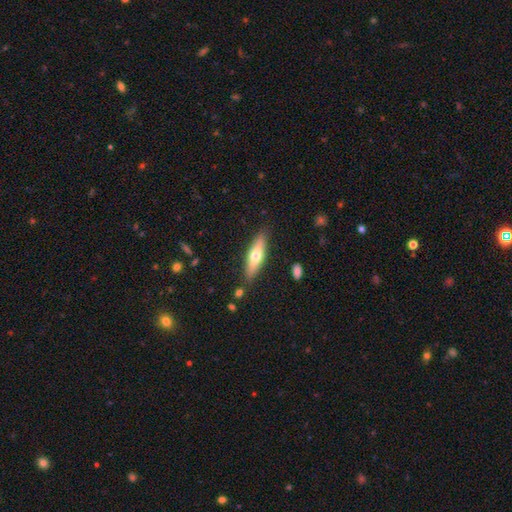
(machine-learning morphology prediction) type=smooth (54%); roundness=cigar-shaped (62%); merging=none (85%).